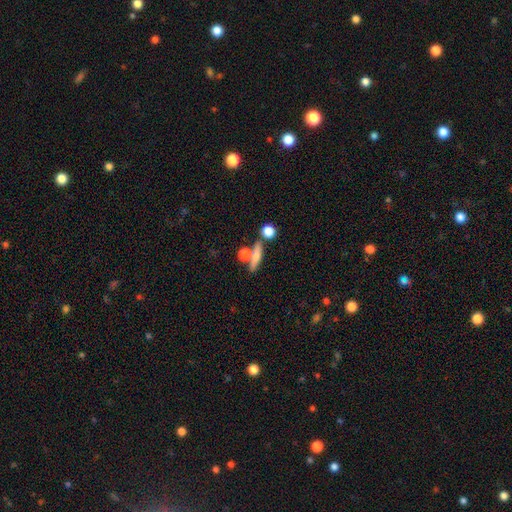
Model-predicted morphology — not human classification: type=smooth (63%); roundness=cigar-shaped (56%); merging=none (62%).